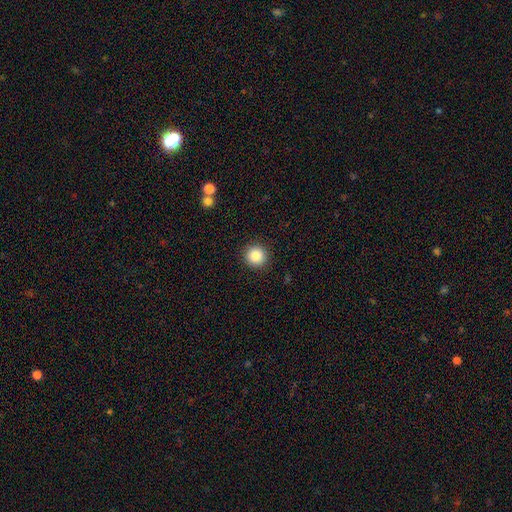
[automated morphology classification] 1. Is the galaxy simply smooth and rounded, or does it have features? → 87% smooth, 9% star or artifact, 4% featured or disk.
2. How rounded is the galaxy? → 95% round, 4% in between, 1% cigar-shaped.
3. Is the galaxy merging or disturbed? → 92% none, 5% minor disturbance, 2% major disturbance, 1% merger.